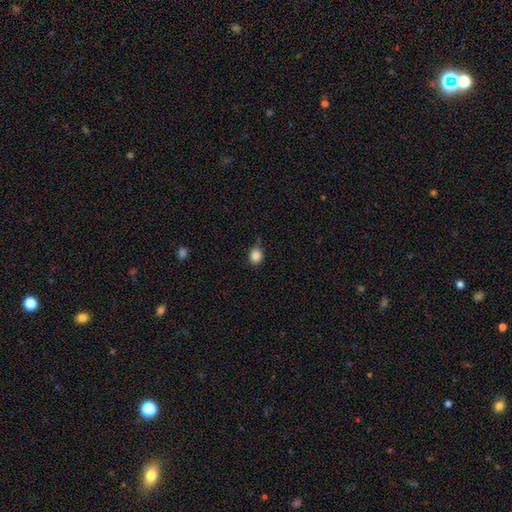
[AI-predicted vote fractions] The model was most divided on "how rounded": round: 70%, in between: 29%, cigar-shaped: 1%. More confident: smooth or featured — smooth (85%); merging — none (74%).